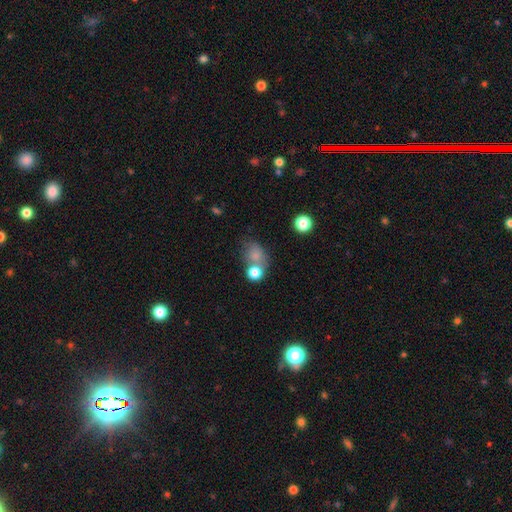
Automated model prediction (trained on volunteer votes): Smooth or featured? smooth (76%)
How rounded? round (52%)
Merging? none (40%)